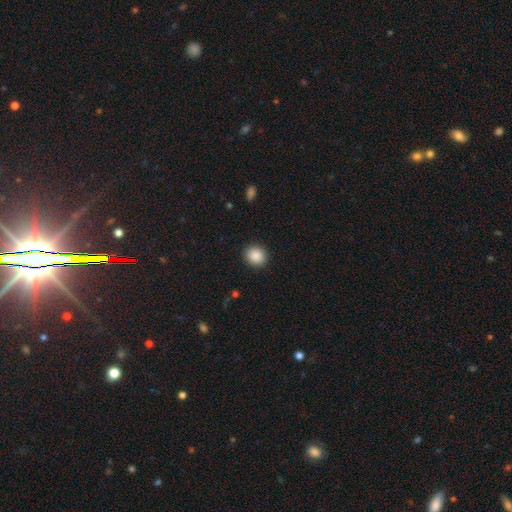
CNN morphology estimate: Smooth or featured?
  - smooth: 88% *
  - star or artifact: 9%
  - featured or disk: 3%
How rounded?
  - round: 80% *
  - in between: 20%
  - cigar-shaped: 1%
Merging?
  - none: 91% *
  - minor disturbance: 6%
  - major disturbance: 2%
  - merger: 1%